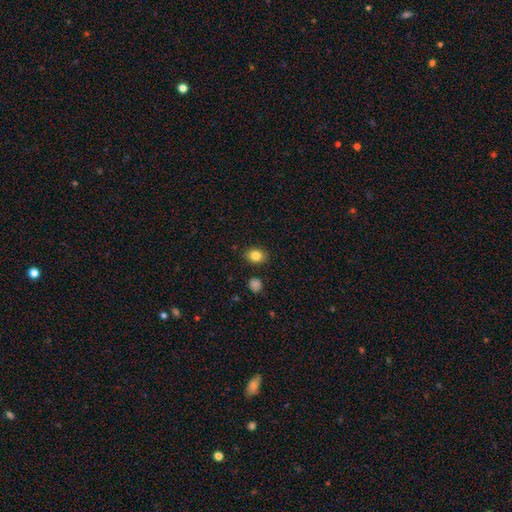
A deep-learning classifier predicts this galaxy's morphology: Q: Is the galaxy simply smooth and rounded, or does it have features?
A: smooth — 84%.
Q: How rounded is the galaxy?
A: in between — 56%.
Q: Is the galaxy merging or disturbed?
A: none — 87%.